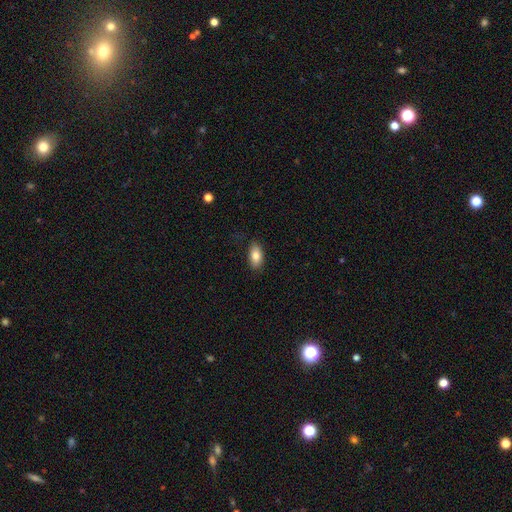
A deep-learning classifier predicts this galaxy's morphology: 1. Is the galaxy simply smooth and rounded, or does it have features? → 82% smooth, 11% featured or disk, 7% star or artifact.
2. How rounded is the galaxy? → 91% in between, 5% cigar-shaped, 4% round.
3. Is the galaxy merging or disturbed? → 85% none, 12% minor disturbance, 2% major disturbance, 1% merger.